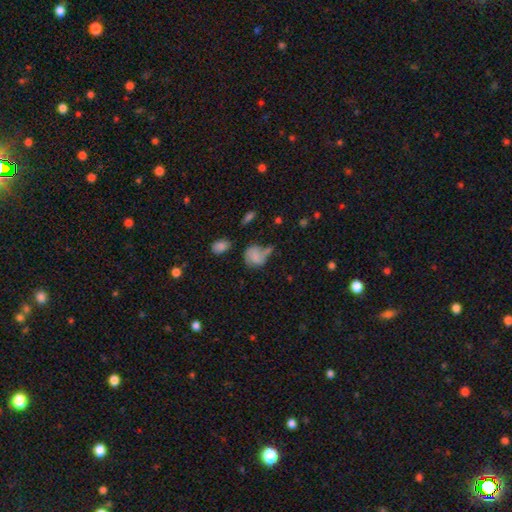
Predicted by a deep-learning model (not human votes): The model was most divided on "merging": none: 39%, minor disturbance: 29%, major disturbance: 18%, merger: 14%. More confident: smooth or featured — smooth (69%); how rounded — round (62%).